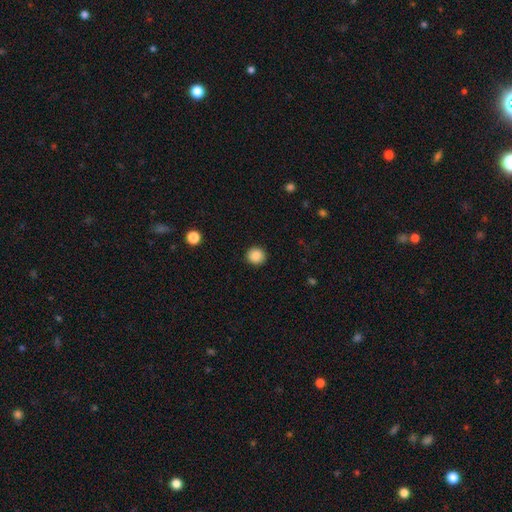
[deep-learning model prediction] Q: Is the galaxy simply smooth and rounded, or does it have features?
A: smooth — 88%.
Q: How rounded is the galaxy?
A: round — 91%.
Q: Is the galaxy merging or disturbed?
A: none — 92%.